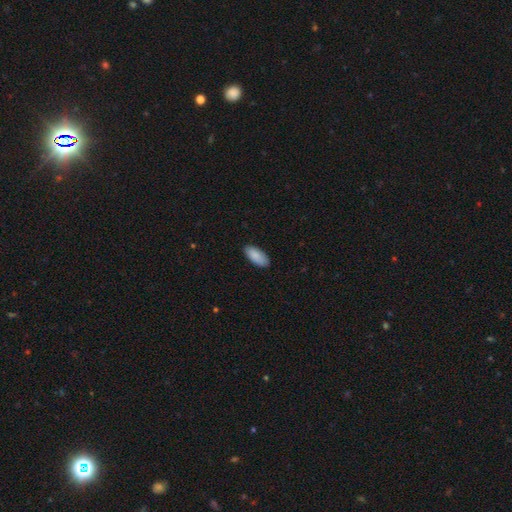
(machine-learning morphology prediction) Smooth or featured: smooth — 89% (star or artifact — 6%)
How rounded: in between — 90% (cigar-shaped — 8%)
Merging: none — 87% (minor disturbance — 10%)